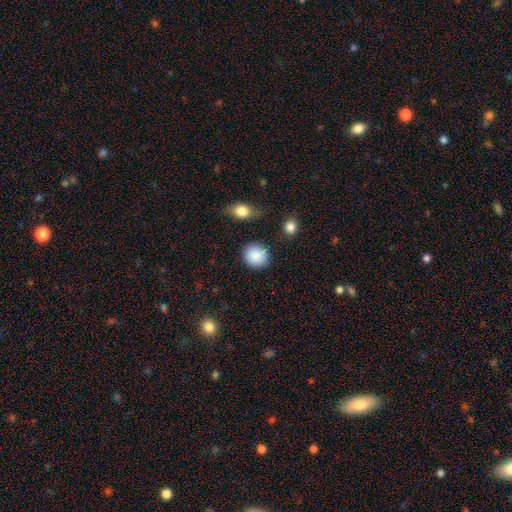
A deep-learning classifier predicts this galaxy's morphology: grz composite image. It shows a smooth galaxy with no disk features (89%) that is round (79%). Merging: none (86%).